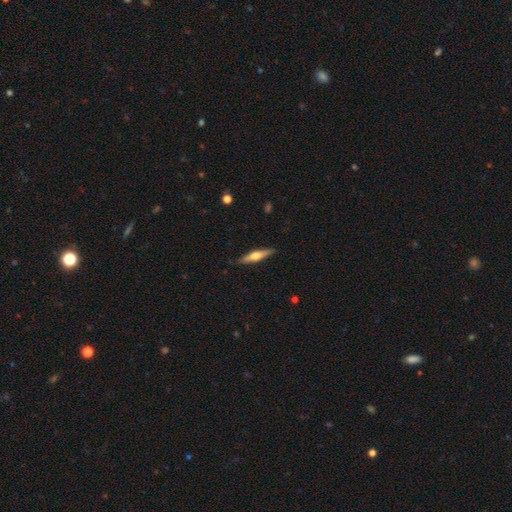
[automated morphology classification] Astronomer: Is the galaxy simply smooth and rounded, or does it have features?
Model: featured or disk — 55% (runner-up: smooth, 40%).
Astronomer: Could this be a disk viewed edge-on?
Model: yes — 96%.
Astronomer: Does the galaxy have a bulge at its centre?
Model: rounded — 88%.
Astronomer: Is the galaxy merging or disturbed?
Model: none — 89%.